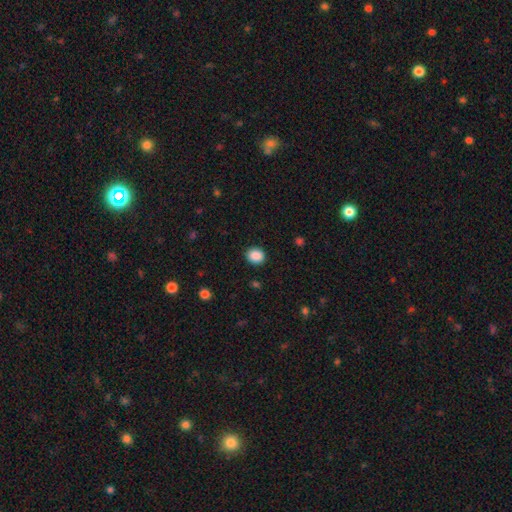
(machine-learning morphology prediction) smooth 89%, star or artifact 9%, featured or disk 3%. Down the decision tree: how rounded — round (68%); merging — none (90%).